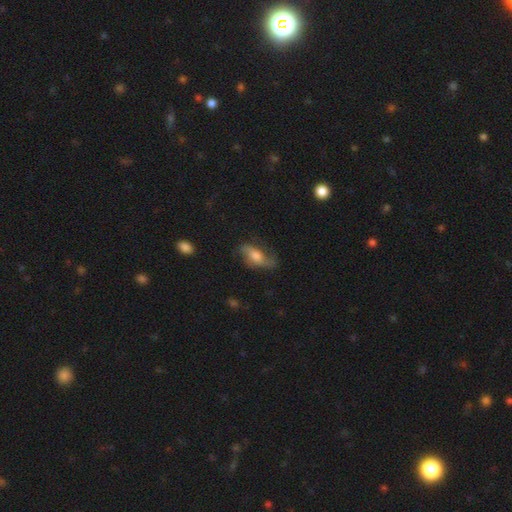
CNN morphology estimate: Smooth or featured? featured or disk (51%)
Edge-on disk? no (84%)
Merging? none (59%)